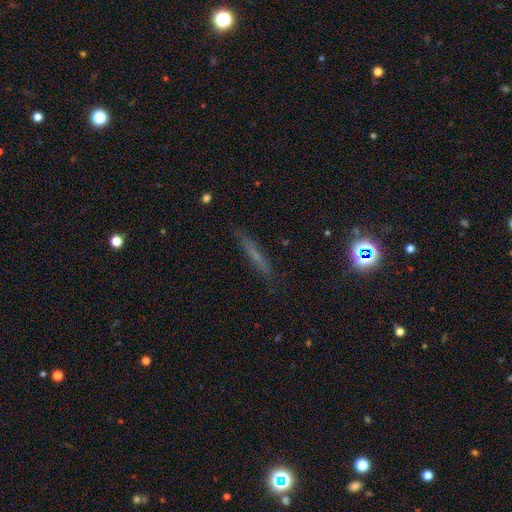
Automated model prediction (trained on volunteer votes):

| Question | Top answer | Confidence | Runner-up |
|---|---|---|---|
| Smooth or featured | smooth | 48% | featured or disk (35%) |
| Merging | none | 83% | minor disturbance (12%) |